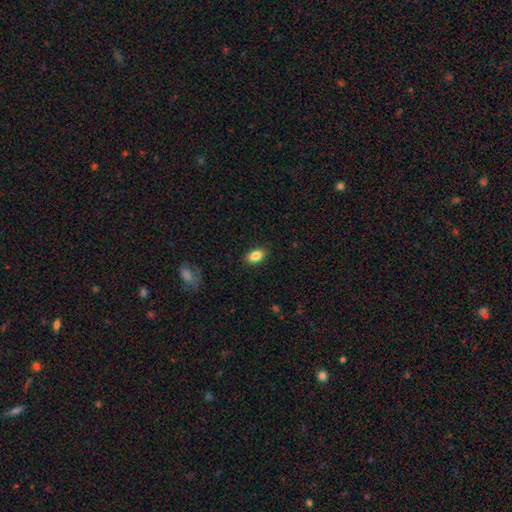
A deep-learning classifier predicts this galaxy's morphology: Smooth or featured: smooth — 85% (star or artifact — 8%)
How rounded: in between — 88% (round — 10%)
Merging: none — 88% (minor disturbance — 9%)